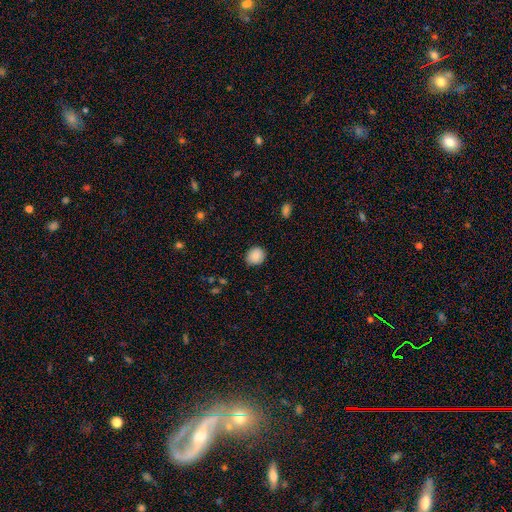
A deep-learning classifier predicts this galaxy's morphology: Q: Smooth or featured?
A: smooth (87%); runner-up: star or artifact (8%)
Q: How rounded?
A: round (79%); runner-up: in between (20%)
Q: Merging?
A: none (87%); runner-up: minor disturbance (10%)